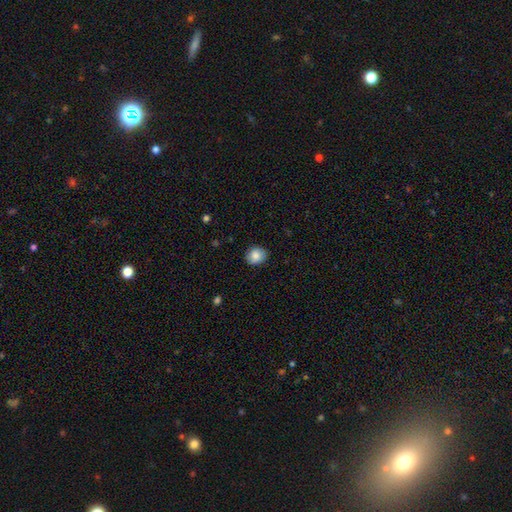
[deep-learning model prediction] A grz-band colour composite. It shows a smooth galaxy with no disk features (84%) that is round (68%). Merging: none (87%).